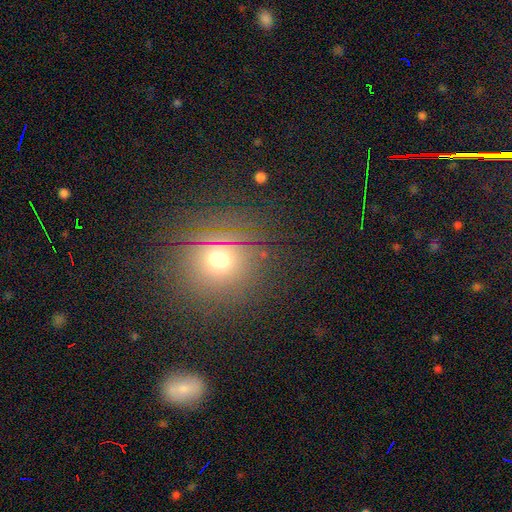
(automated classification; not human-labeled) Smooth or featured?
  - smooth: 45% *
  - star or artifact: 39%
  - featured or disk: 16%
Merging?
  - none: 87% *
  - minor disturbance: 7%
  - major disturbance: 3%
  - merger: 2%